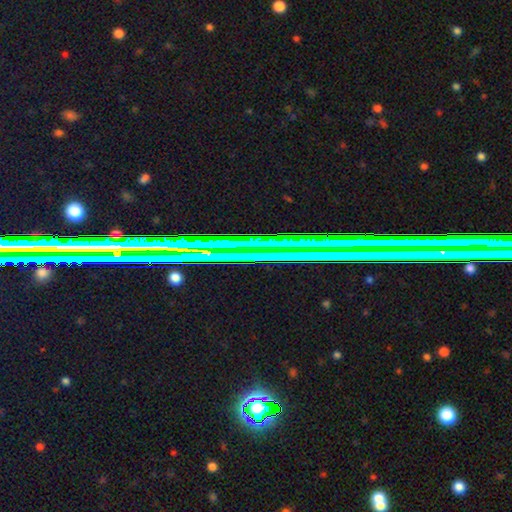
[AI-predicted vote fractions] smooth-or-featured: star or artifact: 70% | featured or disk: 20% | smooth: 11%